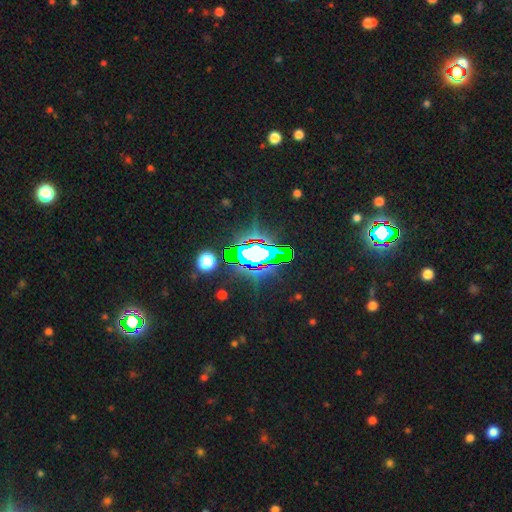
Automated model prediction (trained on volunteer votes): Smooth or featured? star or artifact (68%)